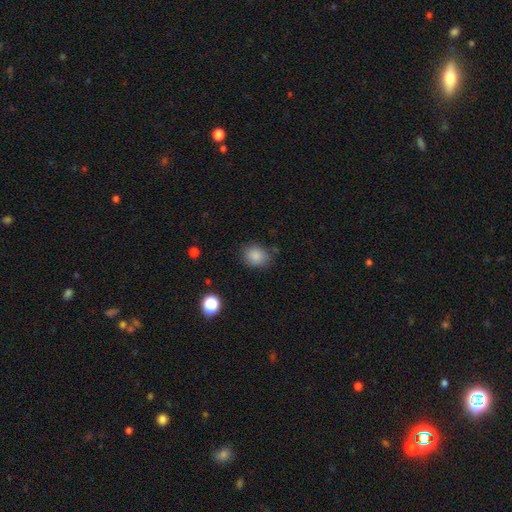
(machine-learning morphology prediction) type=smooth (86%); roundness=round (63%); merging=none (79%).